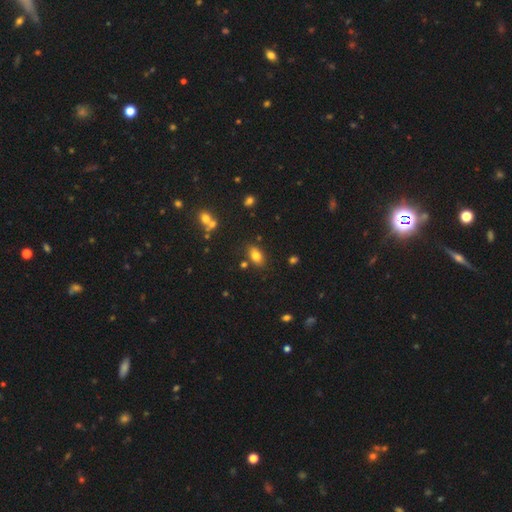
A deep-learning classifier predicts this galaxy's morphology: The model was most divided on "merging": none: 79%, minor disturbance: 12%, merger: 6%, major disturbance: 3%. More confident: how rounded — in between (87%); smooth or featured — smooth (79%).